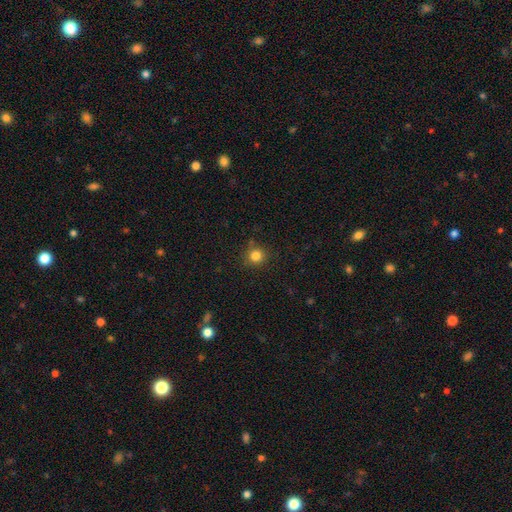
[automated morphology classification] smooth-or-featured: smooth: 82% | star or artifact: 13% | featured or disk: 5%
  how-rounded: round: 92% | in between: 7% | cigar-shaped: 1%
  merging: none: 84% | minor disturbance: 11% | major disturbance: 3% | merger: 2%